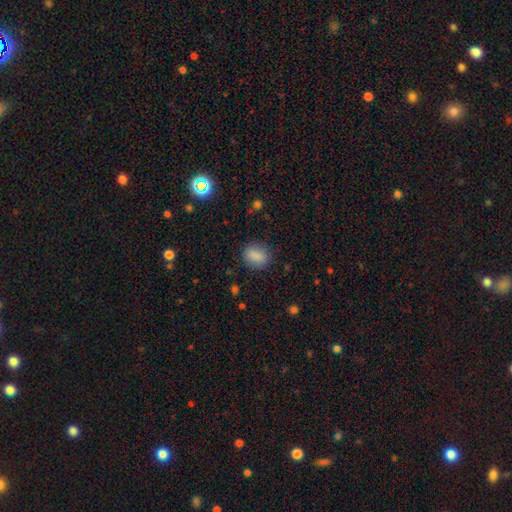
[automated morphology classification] Q: Smooth or featured?
A: smooth (85%); runner-up: star or artifact (10%)
Q: How rounded?
A: in between (54%); runner-up: round (44%)
Q: Merging?
A: none (83%); runner-up: minor disturbance (12%)